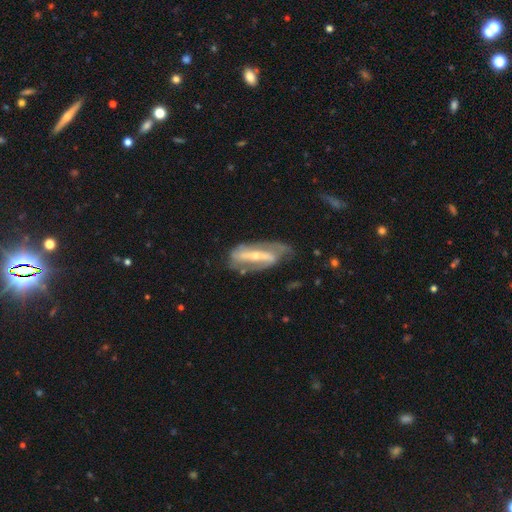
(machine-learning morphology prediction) Smooth or featured? Predicted: featured or disk (p=0.84). Edge-on disk? Predicted: no (p=0.88). Bar? Predicted: strong (p=0.70). Spiral arms? Predicted: yes (p=0.87). Spiral winding? Predicted: medium (p=0.40). Spiral arm count? Predicted: 2 (p=0.84). Bulge size? Predicted: small (p=0.60). Merging? Predicted: none (p=0.61).